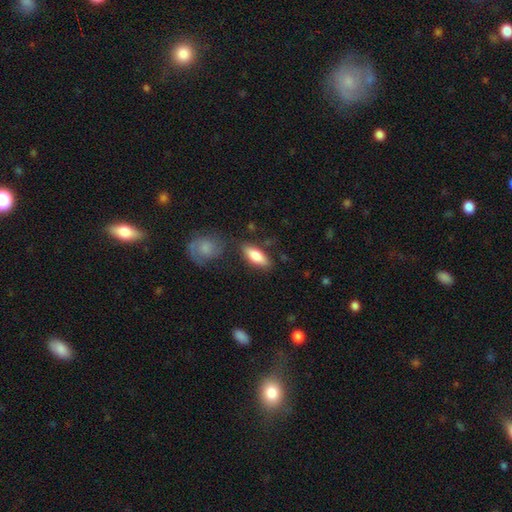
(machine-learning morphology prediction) A smooth galaxy with no disk features (78%) that is in between round and cigar-shaped (75%). Merging: none (78%).